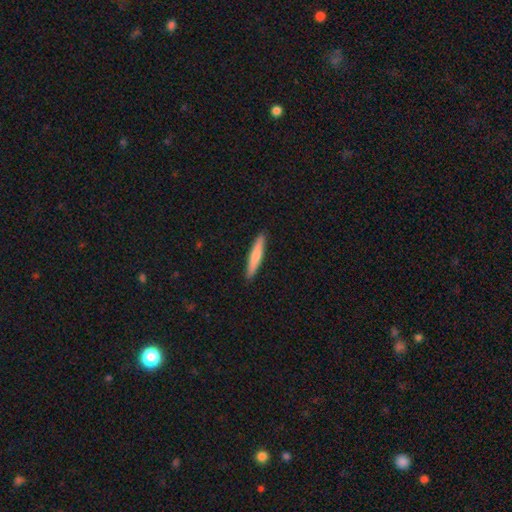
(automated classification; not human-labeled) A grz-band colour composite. It shows a smooth galaxy with no disk features (71%) that is cigar-shaped (93%). Merging: none (92%).